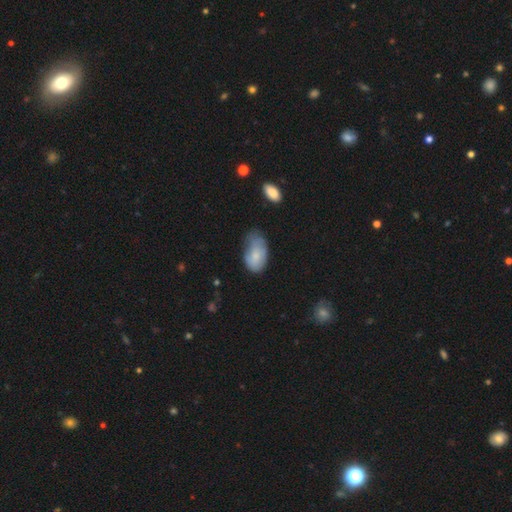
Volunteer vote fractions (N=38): Smooth or featured?
  - smooth: 66% *
  - featured or disk: 32%
  - star or artifact: 3%
How rounded?
  - in between: 100% *
  - round: 0%
  - cigar-shaped: 0%
Merging?
  - none: 38% *
  - minor disturbance: 35%
  - major disturbance: 27%
  - merger: 0%